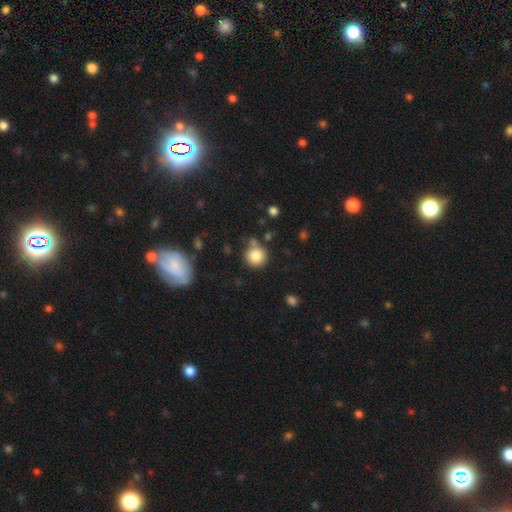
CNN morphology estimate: Smooth or featured?
  - smooth: 84% *
  - star or artifact: 10%
  - featured or disk: 6%
How rounded?
  - round: 92% *
  - in between: 7%
  - cigar-shaped: 1%
Merging?
  - none: 76% *
  - minor disturbance: 11%
  - merger: 10%
  - major disturbance: 4%